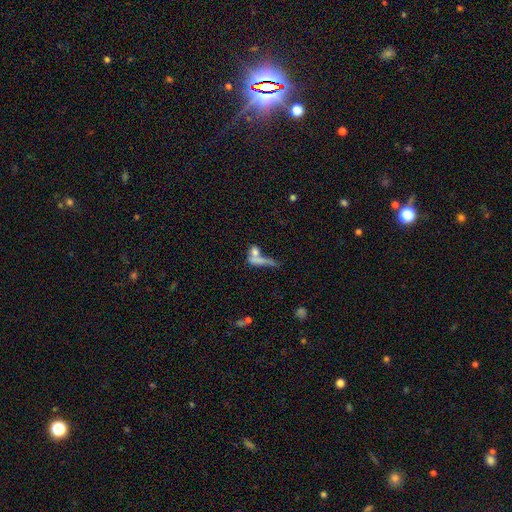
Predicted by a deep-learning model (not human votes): smooth-or-featured: smooth: 61% | featured or disk: 27% | star or artifact: 12%
  how-rounded: cigar-shaped: 43% | in between: 38% | round: 19%
  merging: merger: 47% | none: 26% | major disturbance: 16% | minor disturbance: 11%